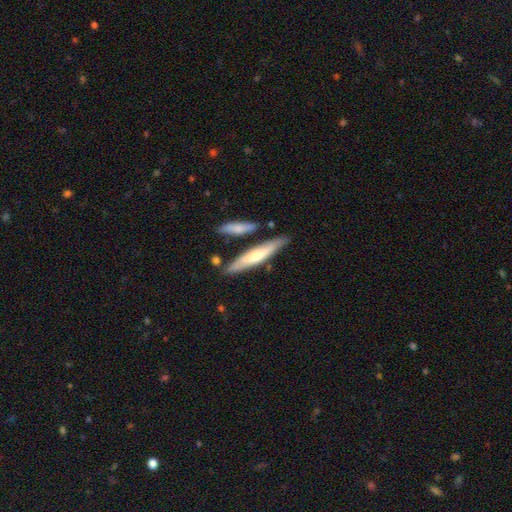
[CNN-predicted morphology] This appears to be a smooth galaxy with no disk features (52%) that is cigar-shaped (84%). Merging: none (77%).